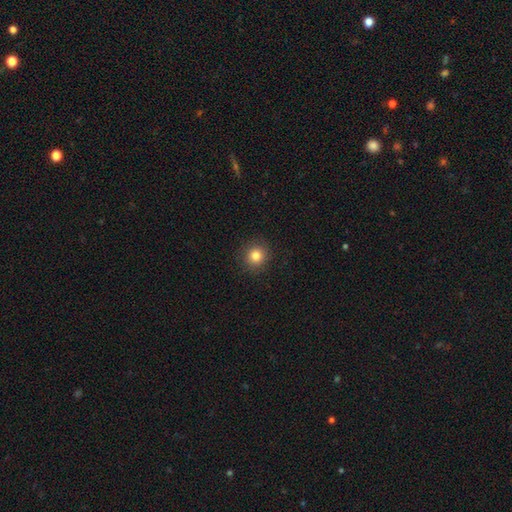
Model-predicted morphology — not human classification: smooth 82%, star or artifact 12%, featured or disk 6%. Down the decision tree: how rounded — round (91%); merging — none (90%).